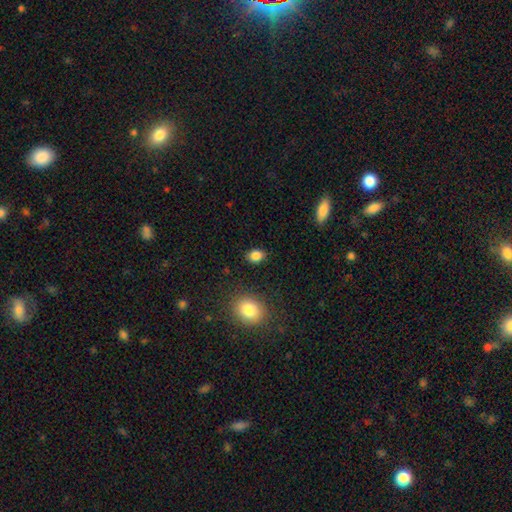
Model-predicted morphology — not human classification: Smooth or featured: smooth — 85% (star or artifact — 10%)
How rounded: in between — 60% (round — 39%)
Merging: none — 86% (minor disturbance — 10%)